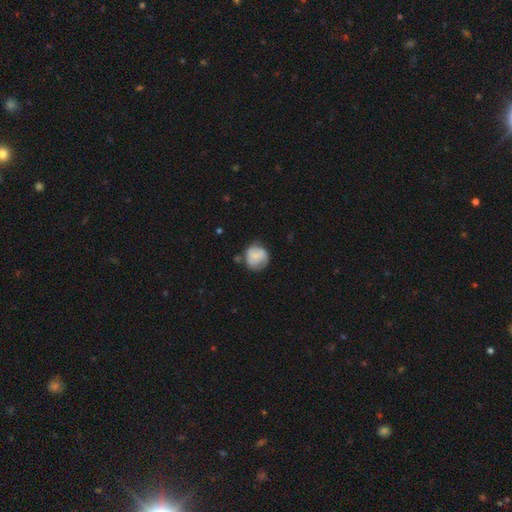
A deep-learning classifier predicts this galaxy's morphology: type=smooth (68%); roundness=round (82%); merging=none (56%).